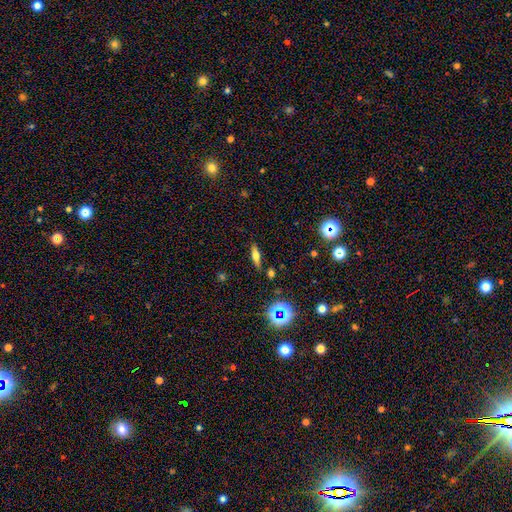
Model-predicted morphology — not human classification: Overall: smooth (54%; featured or disk 32%). How rounded: cigar-shaped (54%; in between 40%). Merging: none (82%).